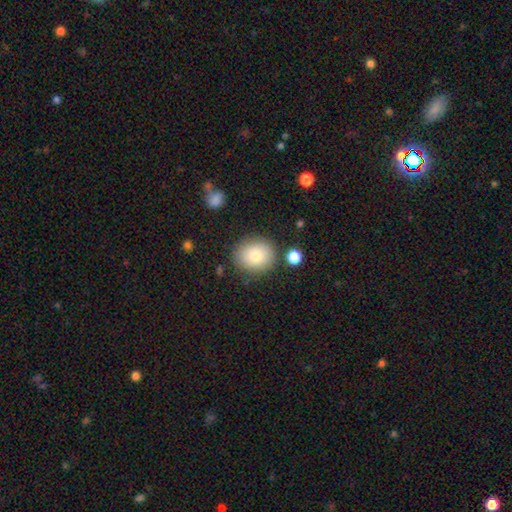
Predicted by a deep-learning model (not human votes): smooth_or_featured: smooth (p=0.79) [alt: featured or disk p=0.12]
how_rounded: round (p=0.77) [alt: in between p=0.22]
merging: none (p=0.82) [alt: minor disturbance p=0.11]